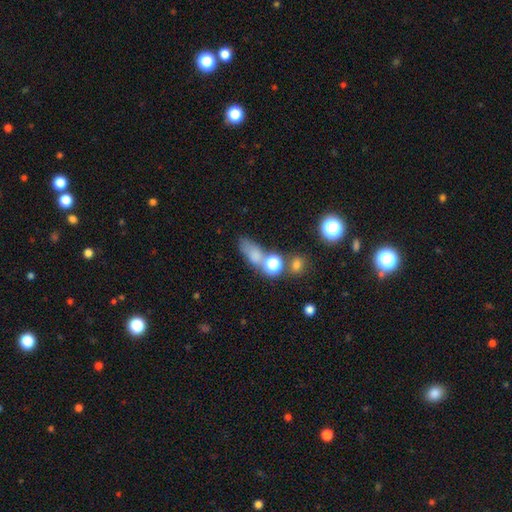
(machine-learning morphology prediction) Smooth or featured: smooth — 68% (star or artifact — 20%)
How rounded: in between — 61% (round — 28%)
Merging: none — 46% (merger — 27%)